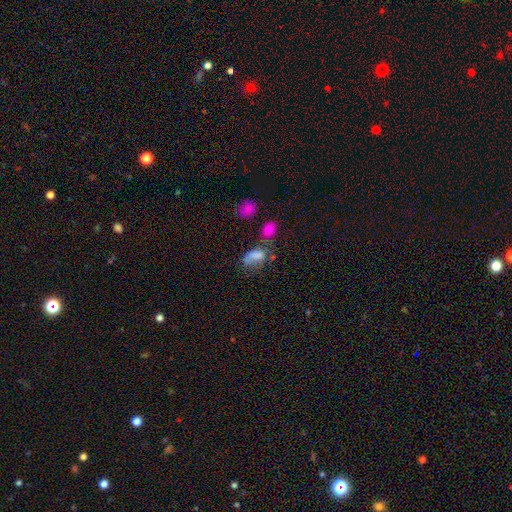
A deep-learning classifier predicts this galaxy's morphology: smooth-or-featured: smooth: 70% | featured or disk: 17% | star or artifact: 13%
  how-rounded: in between: 84% | round: 14% | cigar-shaped: 3%
  merging: major disturbance: 27% | none: 26% | merger: 25% | minor disturbance: 22%